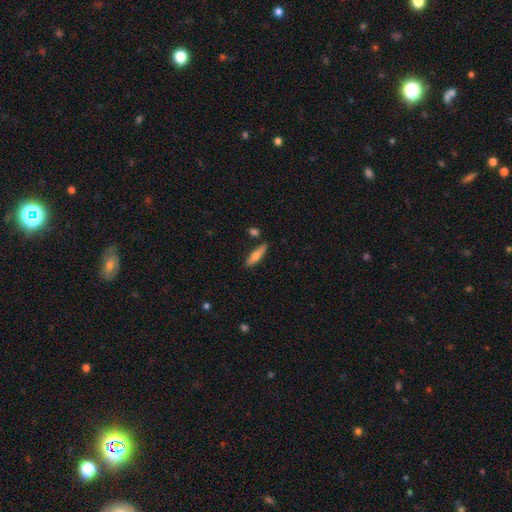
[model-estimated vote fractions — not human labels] Smooth or featured: smooth — 66% (featured or disk — 28%)
How rounded: cigar-shaped — 67% (in between — 31%)
Merging: none — 76% (minor disturbance — 15%)